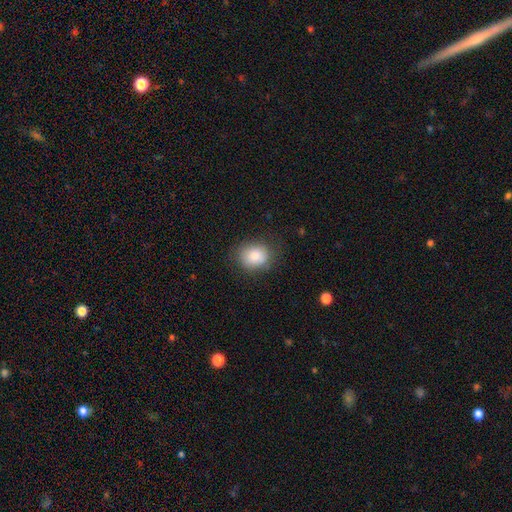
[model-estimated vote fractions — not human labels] Morphology: type=smooth (83%); roundness=round (54%); merging=none (78%).